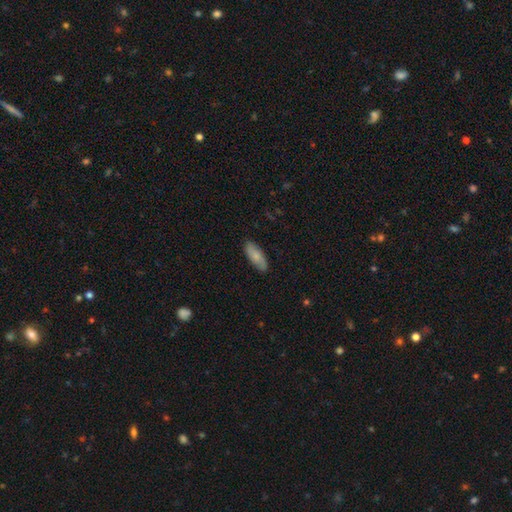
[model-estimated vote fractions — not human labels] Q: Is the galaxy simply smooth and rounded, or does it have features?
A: smooth — 77%.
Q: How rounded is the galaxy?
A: in between — 73%.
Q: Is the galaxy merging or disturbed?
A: none — 86%.